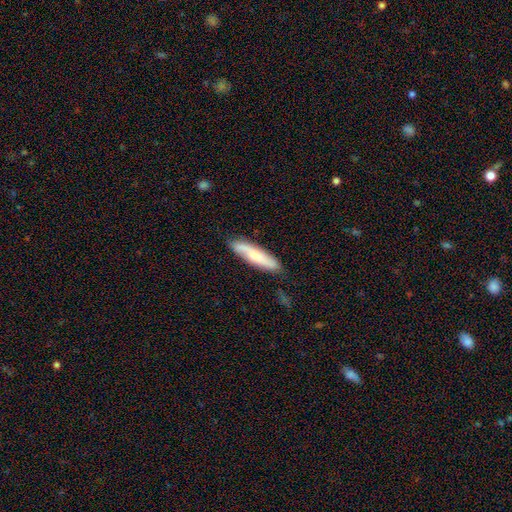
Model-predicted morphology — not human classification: smooth-or-featured: smooth: 56% | featured or disk: 38% | star or artifact: 6%
  how-rounded: cigar-shaped: 75% | in between: 24% | round: 2%
  merging: none: 81% | minor disturbance: 15% | major disturbance: 3% | merger: 2%